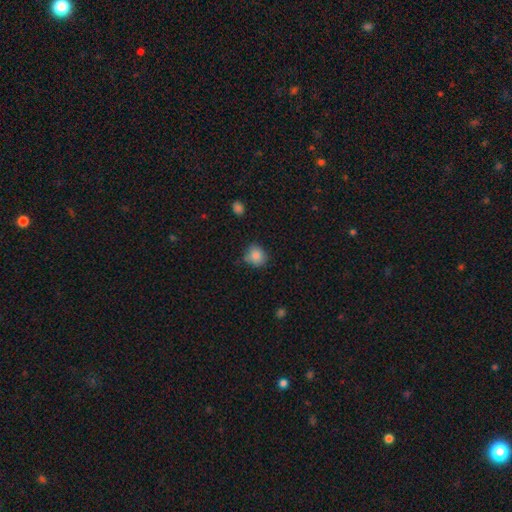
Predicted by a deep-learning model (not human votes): Smooth or featured? Predicted: smooth (p=0.84). How rounded? Predicted: round (p=0.81). Merging? Predicted: none (p=0.73).